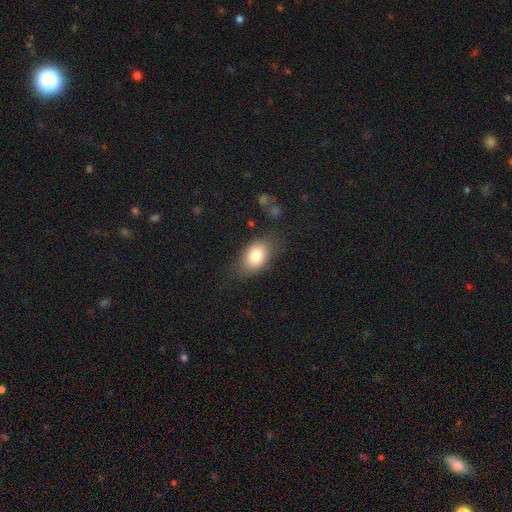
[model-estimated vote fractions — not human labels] This appears to be a smooth galaxy with no disk features (83%) that is in between round and cigar-shaped (84%). Merging: none (73%).